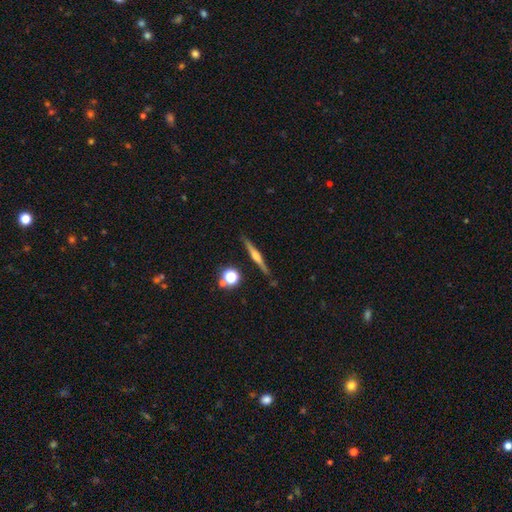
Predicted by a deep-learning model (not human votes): The model was most divided on "smooth or featured": featured or disk: 71%, smooth: 21%, star or artifact: 8%. More confident: edge-on disk — yes (98%); merging — none (88%); edge-on bulge — rounded (82%).